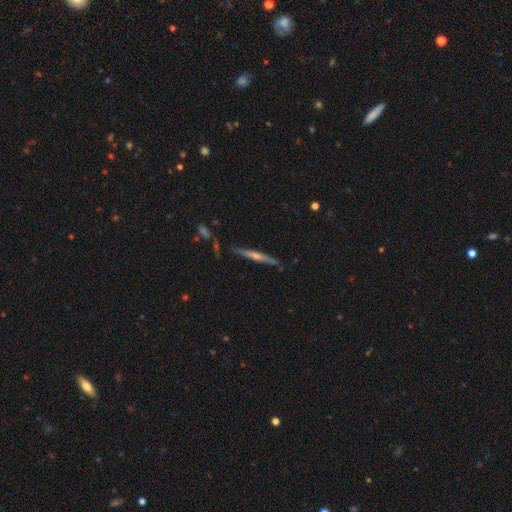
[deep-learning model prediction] The model was most divided on "smooth or featured": featured or disk: 67%, smooth: 26%, star or artifact: 7%. More confident: edge-on disk — yes (97%); merging — none (85%); edge-on bulge — rounded (71%).